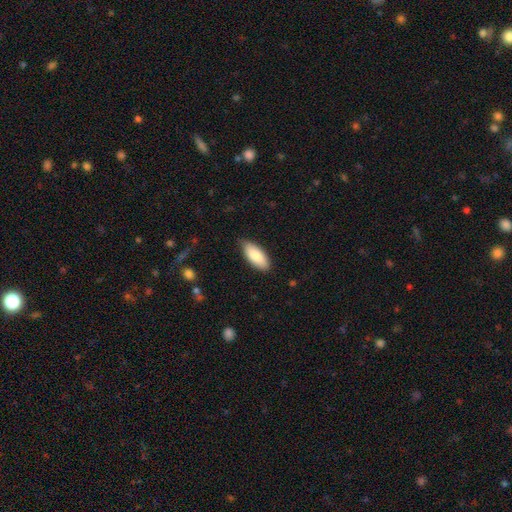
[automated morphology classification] A smooth galaxy with no disk features (85%) that is in between round and cigar-shaped (85%). Merging: none (82%).